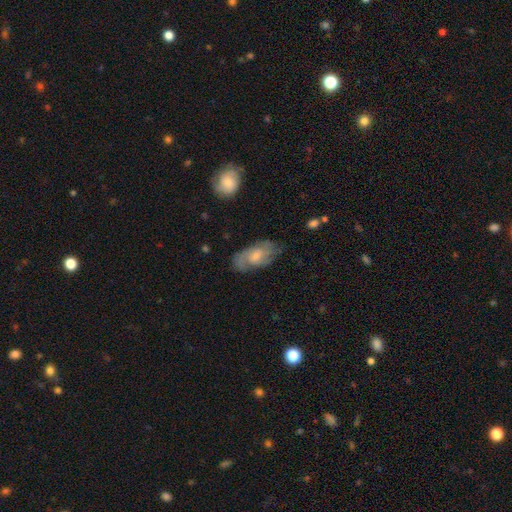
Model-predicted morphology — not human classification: Smooth or featured?
  - featured or disk: 57% *
  - smooth: 37%
  - star or artifact: 7%
Edge-on disk?
  - no: 94% *
  - yes: 6%
Bar?
  - no: 59% *
  - weak: 36%
  - strong: 5%
Spiral arms?
  - yes: 84% *
  - no: 16%
Bulge size?
  - moderate: 45% *
  - small: 39%
  - none: 9%
  - large: 6%
  - dominant: 1%
Merging?
  - none: 68% *
  - minor disturbance: 22%
  - major disturbance: 8%
  - merger: 2%